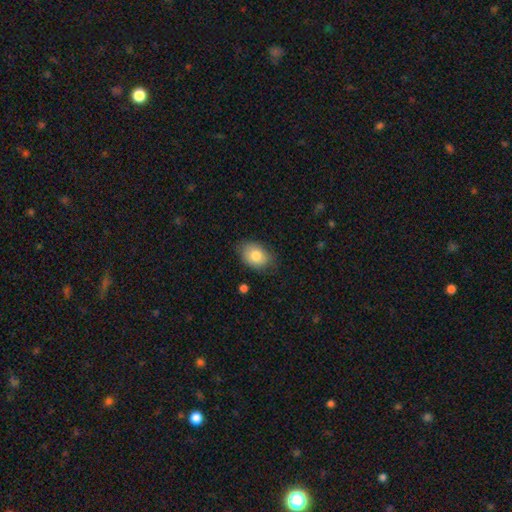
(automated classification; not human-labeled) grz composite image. It shows a smooth galaxy with no disk features (81%) that is in between round and cigar-shaped (76%). Merging: none (75%).